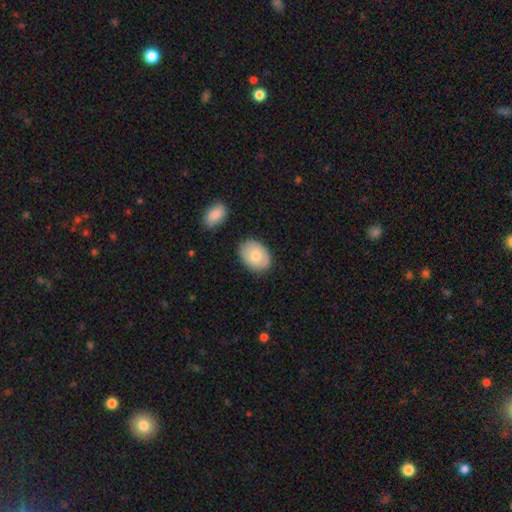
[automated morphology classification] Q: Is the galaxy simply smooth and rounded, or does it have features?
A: smooth — 74%.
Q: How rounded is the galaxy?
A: in between — 75%.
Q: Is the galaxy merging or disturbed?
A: none — 82%.